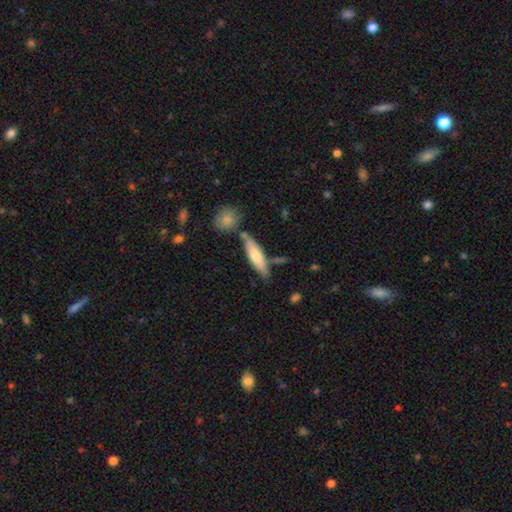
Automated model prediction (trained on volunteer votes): Smooth or featured?
  - smooth: 68% *
  - featured or disk: 27%
  - star or artifact: 5%
How rounded?
  - cigar-shaped: 67% *
  - in between: 31%
  - round: 2%
Merging?
  - none: 71% *
  - minor disturbance: 15%
  - merger: 11%
  - major disturbance: 3%